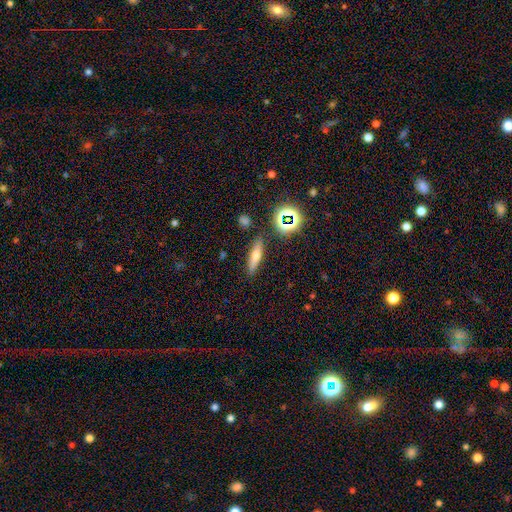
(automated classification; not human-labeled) A smooth galaxy with no disk features (51%) that is cigar-shaped (69%). Merging: none (84%).